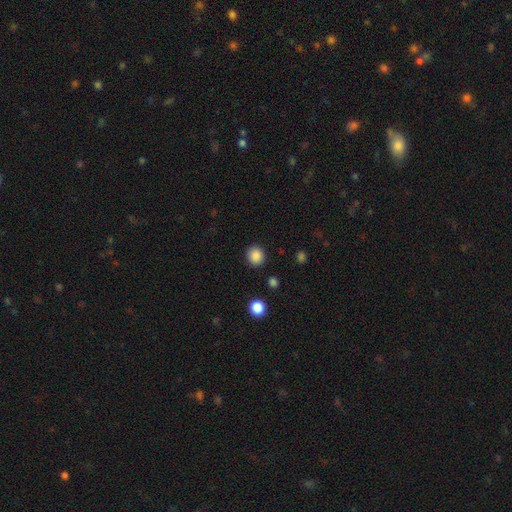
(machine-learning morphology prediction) Smooth or featured? Predicted: smooth (p=0.87). How rounded? Predicted: round (p=0.87). Merging? Predicted: none (p=0.90).